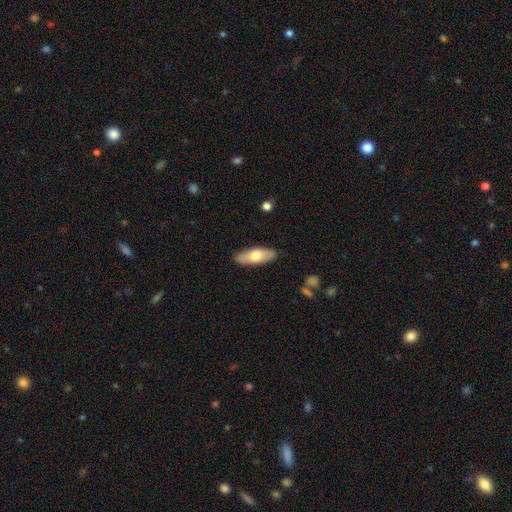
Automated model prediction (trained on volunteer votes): This appears to be a smooth galaxy with no disk features (68%) that is in between round and cigar-shaped (69%). Merging: none (87%).